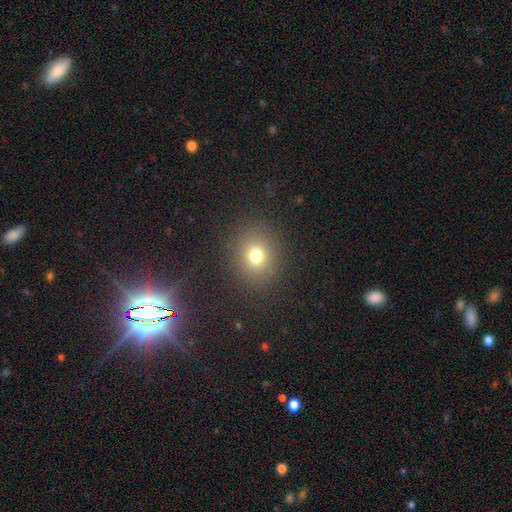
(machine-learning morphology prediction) Overall: smooth (75%). How rounded: round (74%). Merging: none (86%).